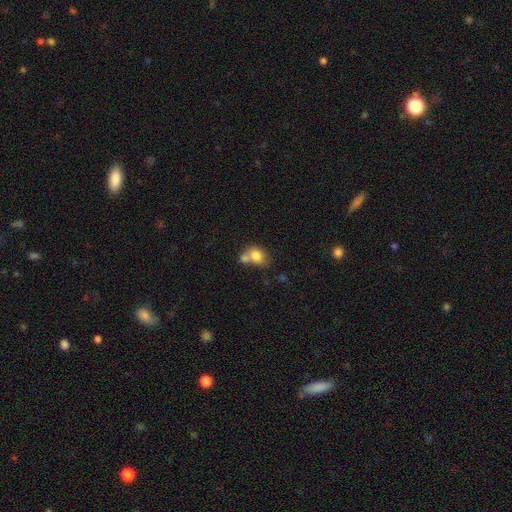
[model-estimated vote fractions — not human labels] A smooth galaxy with no disk features (78%) that is in between round and cigar-shaped (59%).

Vote fractions:
- Smooth or featured? smooth: 78% / featured or disk: 13% / star or artifact: 9%
- How rounded? in between: 59% / round: 40% / cigar-shaped: 1%
- Merging? merger: 52% / none: 33% / minor disturbance: 11% / major disturbance: 5%